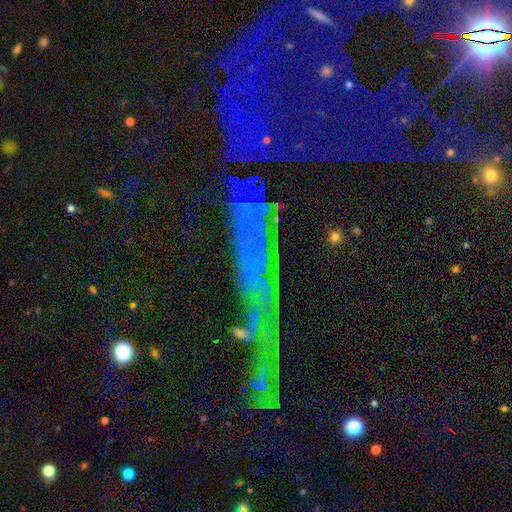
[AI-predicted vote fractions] This appears to be a star or artifact, not a galaxy (69%).